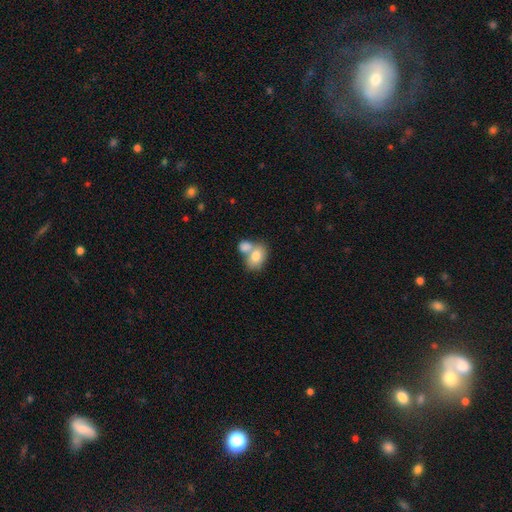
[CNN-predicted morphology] type=smooth (78%); roundness=in between (73%); merging=merger (57%).